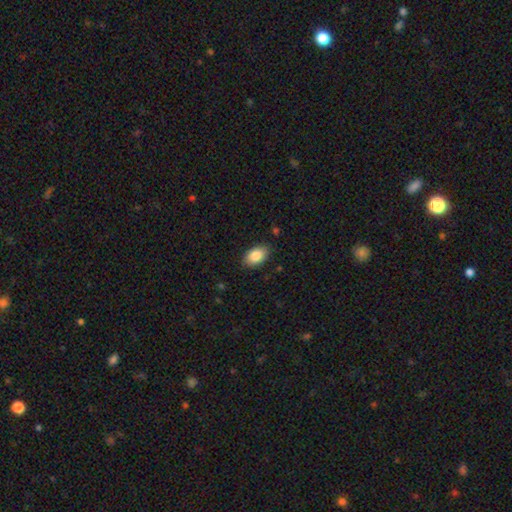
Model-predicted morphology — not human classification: A smooth galaxy with no disk features (86%) that is in between round and cigar-shaped (90%).

Vote fractions:
- Smooth or featured? smooth: 86% / star or artifact: 7% / featured or disk: 7%
- How rounded? in between: 90% / round: 9% / cigar-shaped: 1%
- Merging? none: 85% / minor disturbance: 11% / major disturbance: 2% / merger: 1%